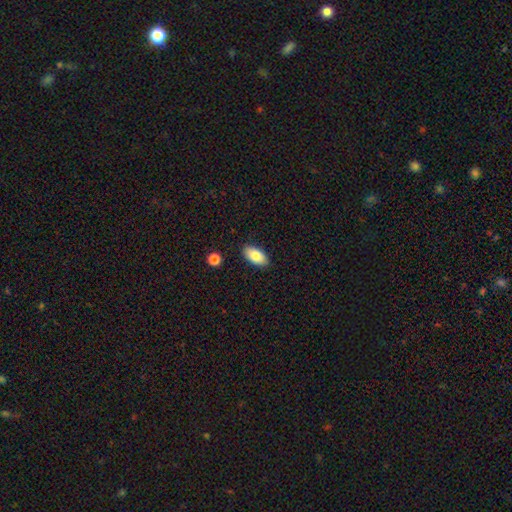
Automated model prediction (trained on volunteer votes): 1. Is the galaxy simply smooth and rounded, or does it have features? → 82% smooth, 11% featured or disk, 7% star or artifact.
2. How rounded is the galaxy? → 93% in between, 3% round, 3% cigar-shaped.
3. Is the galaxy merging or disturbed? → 88% none, 9% minor disturbance, 2% major disturbance, 1% merger.